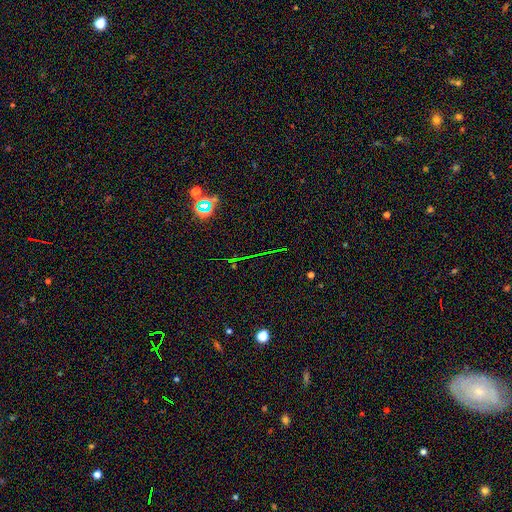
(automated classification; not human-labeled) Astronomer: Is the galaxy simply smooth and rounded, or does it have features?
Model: star or artifact — 74%.